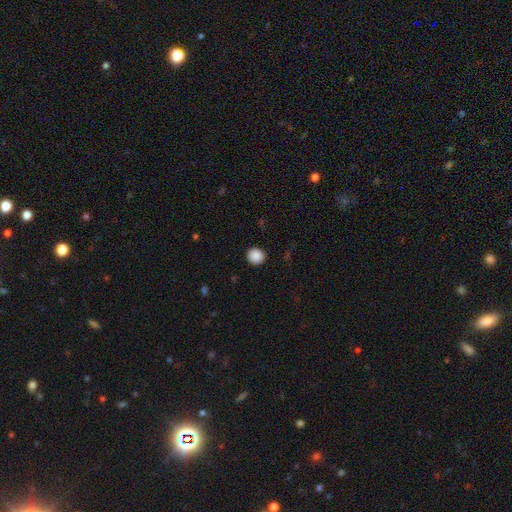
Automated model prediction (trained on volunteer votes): Smooth or featured? smooth (89%)
How rounded? round (91%)
Merging? none (90%)